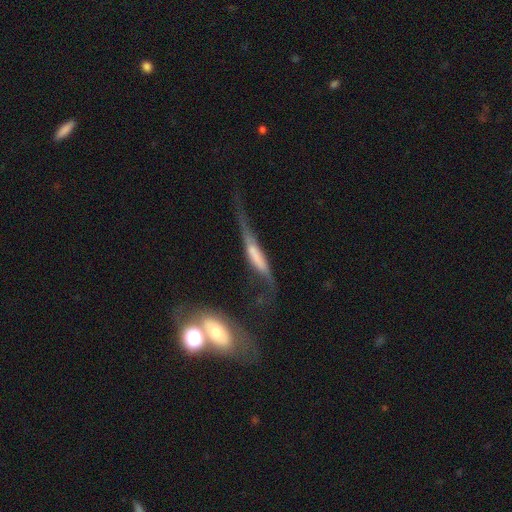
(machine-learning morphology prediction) Smooth or featured? featured or disk (60%)
Edge-on disk? yes (65%)
Merging? major disturbance (33%)